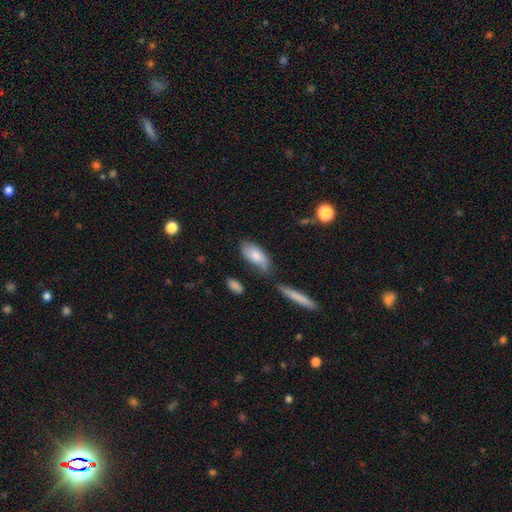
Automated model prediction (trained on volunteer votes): Q: Smooth or featured?
A: smooth (77%); runner-up: featured or disk (17%)
Q: How rounded?
A: in between (85%); runner-up: cigar-shaped (12%)
Q: Merging?
A: none (49%); runner-up: minor disturbance (29%)